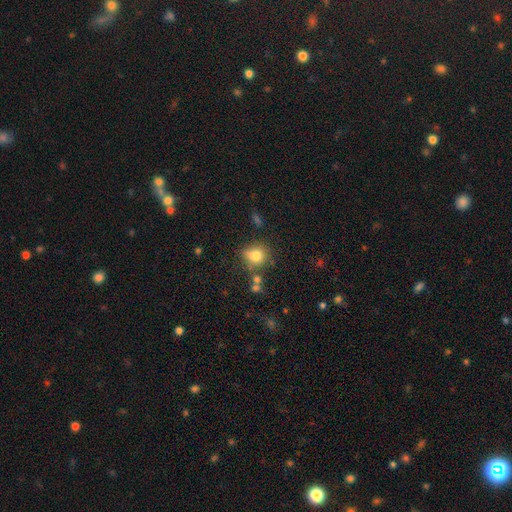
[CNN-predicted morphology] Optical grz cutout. It shows a smooth galaxy with no disk features (79%) that is round (71%). Merging: none (64%).